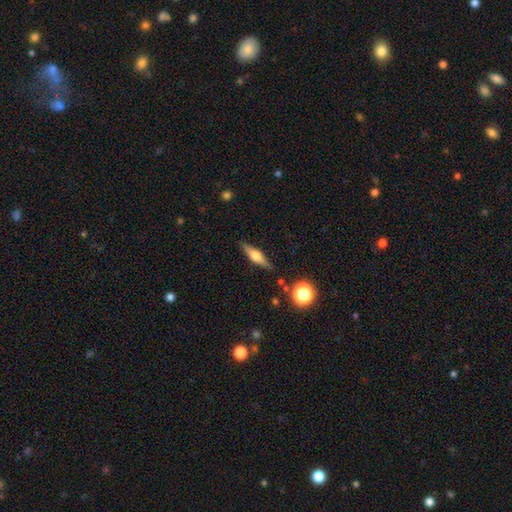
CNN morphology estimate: Q: Smooth or featured?
A: featured or disk (55%); runner-up: smooth (37%)
Q: Edge-on disk?
A: yes (94%); runner-up: no (6%)
Q: Edge-on bulge?
A: rounded (87%); runner-up: boxy (10%)
Q: Merging?
A: none (85%); runner-up: minor disturbance (10%)